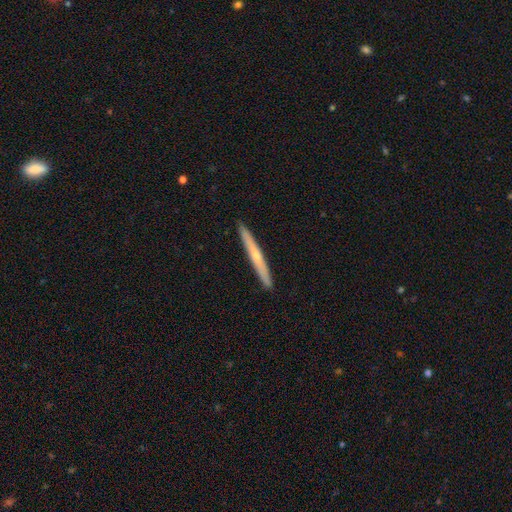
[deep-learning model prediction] Smooth or featured: featured or disk — 53% (smooth — 41%)
Edge-on disk: yes — 96% (no — 4%)
Edge-on bulge: rounded — 57% (none — 40%)
Merging: none — 93% (minor disturbance — 5%)